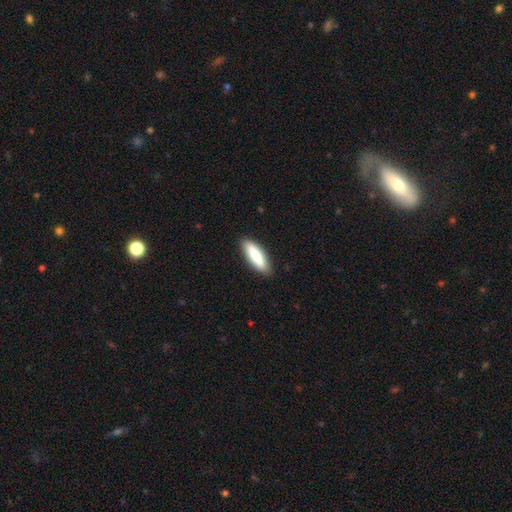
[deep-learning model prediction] smooth 76%, featured or disk 19%, star or artifact 5%. Down the decision tree: how rounded — cigar-shaped (50%); merging — none (88%).